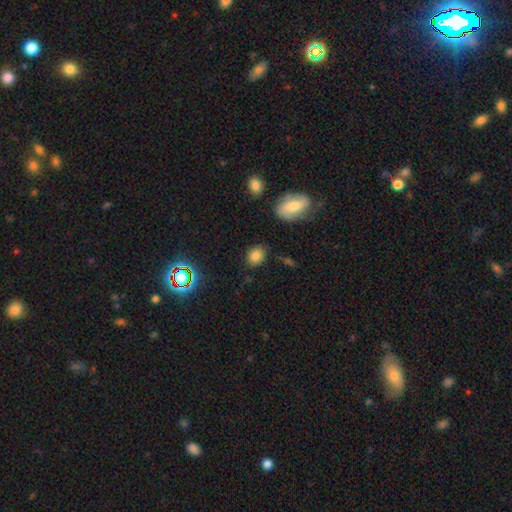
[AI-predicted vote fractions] Morphology: type=smooth (78%); roundness=in between (52%); merging=none (81%).